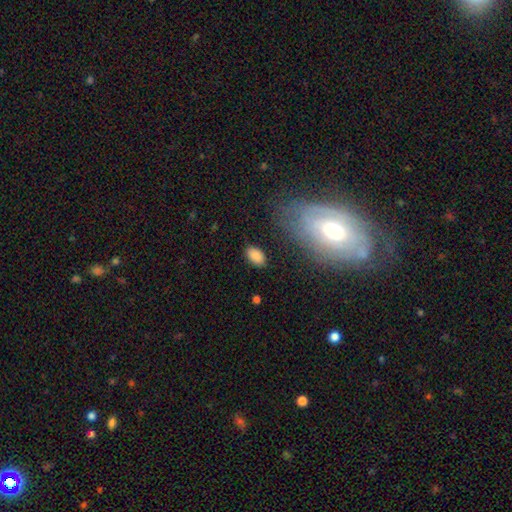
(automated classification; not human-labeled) This appears to be a smooth galaxy with no disk features (87%) that is in between round and cigar-shaped (93%). Merging: none (84%).